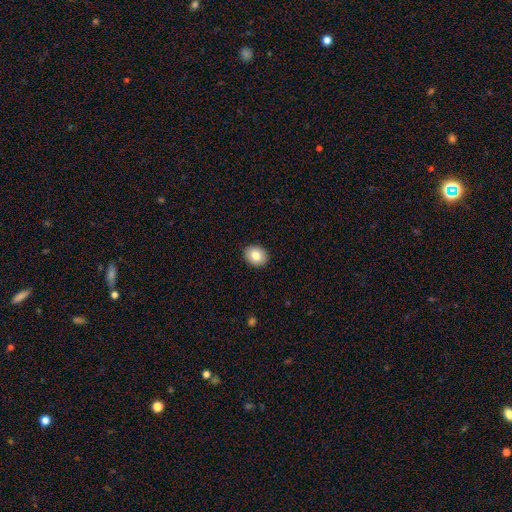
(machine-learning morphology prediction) type=smooth (81%); roundness=round (56%); merging=none (92%).